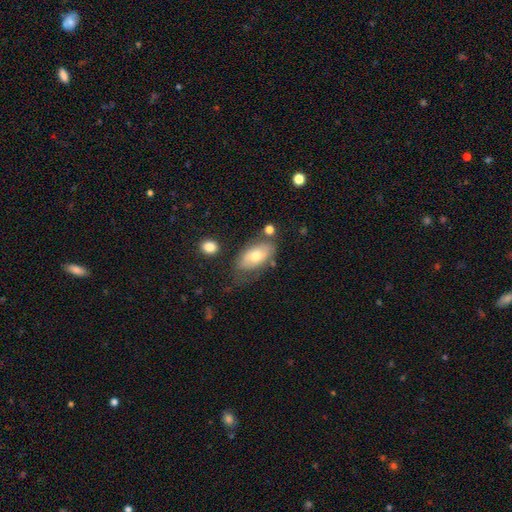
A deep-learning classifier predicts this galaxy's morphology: type=smooth (62%); roundness=in between (92%); merging=none (62%).